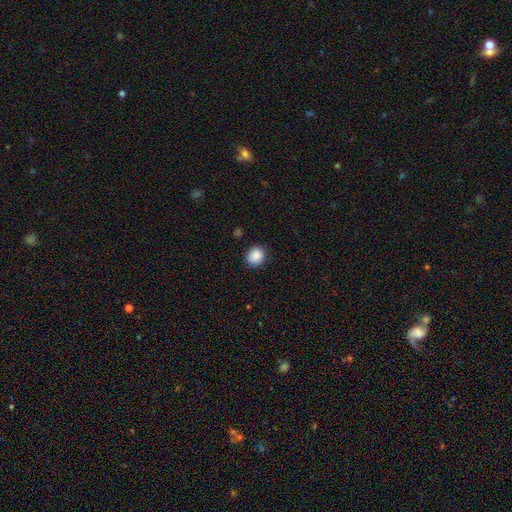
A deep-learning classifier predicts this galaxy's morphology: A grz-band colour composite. It shows a smooth galaxy with no disk features (88%) that is round (73%). Merging: none (86%).